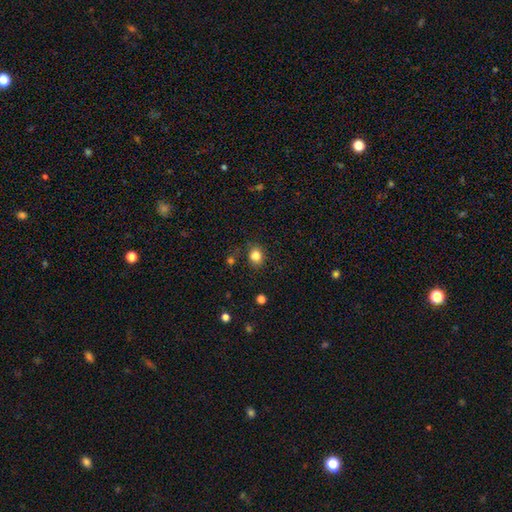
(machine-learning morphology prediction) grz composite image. It shows a smooth galaxy with no disk features (83%) that is round (67%). Merging: none (76%).